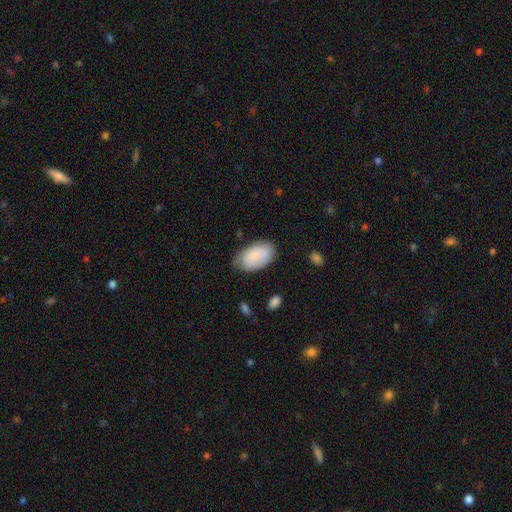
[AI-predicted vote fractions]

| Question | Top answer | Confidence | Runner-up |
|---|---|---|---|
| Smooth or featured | smooth | 79% | featured or disk (15%) |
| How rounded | in between | 94% | round (4%) |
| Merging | none | 73% | minor disturbance (21%) |